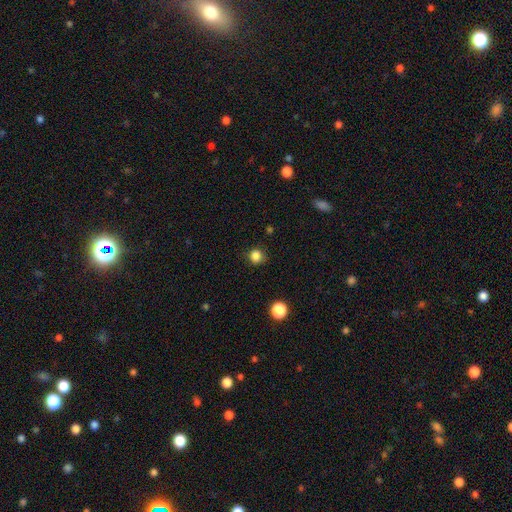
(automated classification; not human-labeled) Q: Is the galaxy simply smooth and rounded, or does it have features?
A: smooth — 84%.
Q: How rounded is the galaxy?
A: round — 87%.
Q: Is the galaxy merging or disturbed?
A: none — 84%.